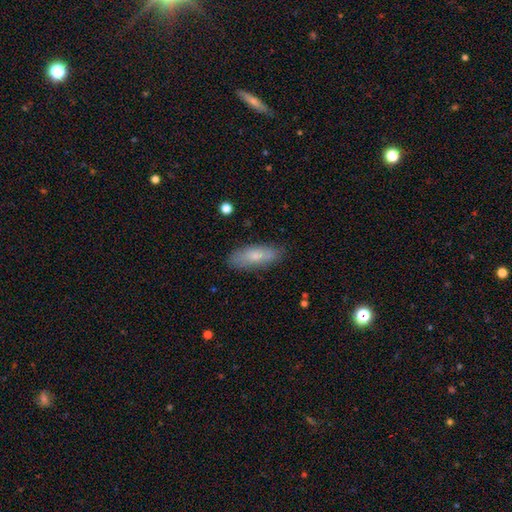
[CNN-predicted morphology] The model was most divided on "how rounded": in between: 69%, cigar-shaped: 28%, round: 2%. More confident: merging — none (81%); smooth or featured — smooth (74%).